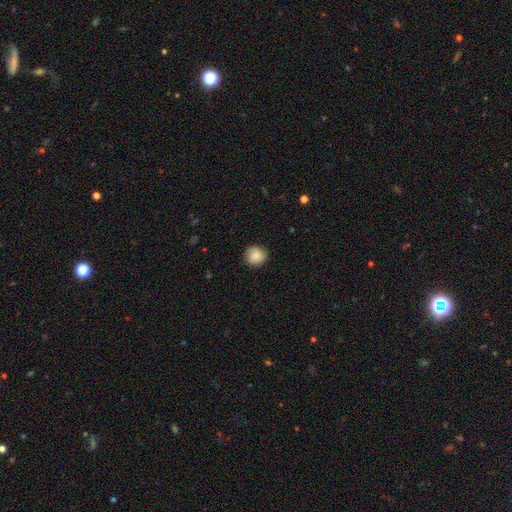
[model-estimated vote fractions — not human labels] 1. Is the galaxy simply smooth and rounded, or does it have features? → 85% smooth, 8% featured or disk, 7% star or artifact.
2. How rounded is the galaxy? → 87% round, 12% in between, 1% cigar-shaped.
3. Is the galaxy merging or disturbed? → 85% none, 11% minor disturbance, 3% major disturbance, 1% merger.